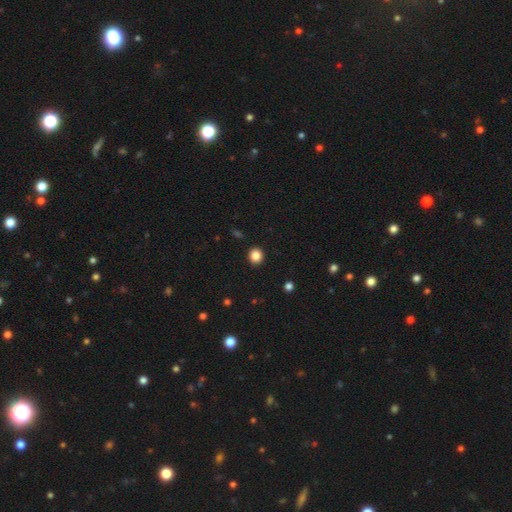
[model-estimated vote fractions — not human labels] This is clearly a smooth galaxy (86%). How rounded: clearly round (88%). Merging: clearly none (93%).